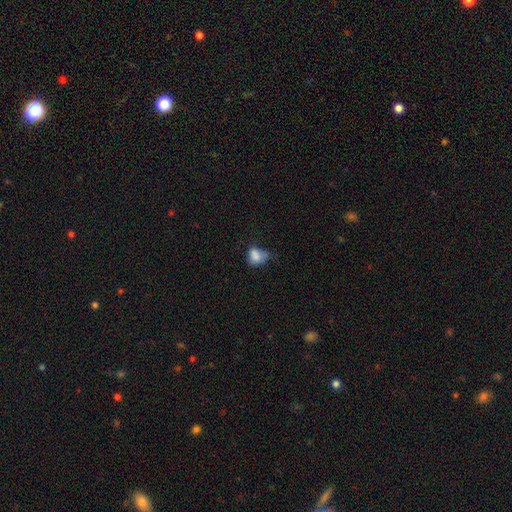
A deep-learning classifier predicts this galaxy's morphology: Smooth or featured: smooth — 77% (featured or disk — 12%)
How rounded: in between — 55% (round — 44%)
Merging: minor disturbance — 34% (none — 32%)